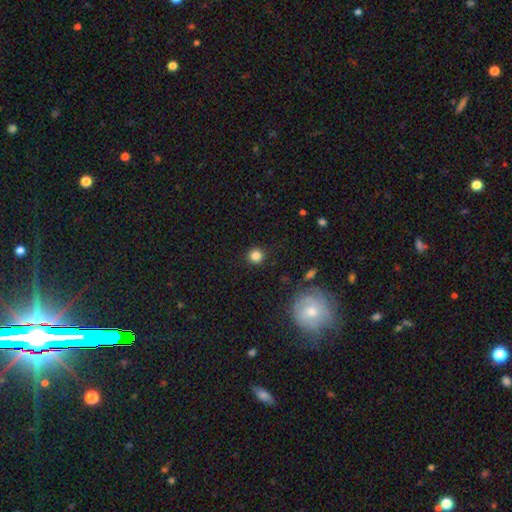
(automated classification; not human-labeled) smooth-or-featured: smooth: 84% | star or artifact: 11% | featured or disk: 6%
  how-rounded: round: 92% | in between: 7% | cigar-shaped: 1%
  merging: none: 89% | minor disturbance: 7% | major disturbance: 3% | merger: 2%